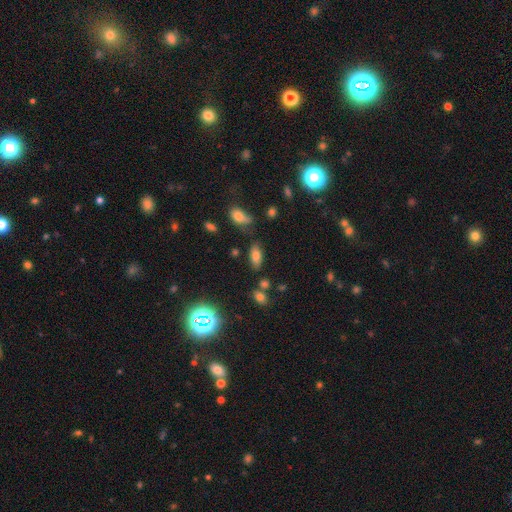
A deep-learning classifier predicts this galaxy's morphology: A smooth galaxy with no disk features (76%) that is in between round and cigar-shaped (84%). Merging: none (71%).